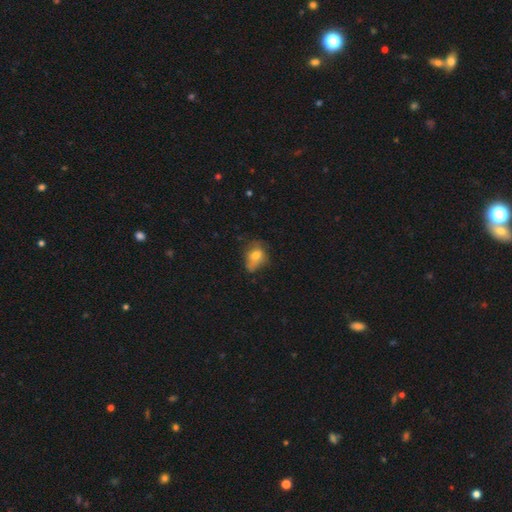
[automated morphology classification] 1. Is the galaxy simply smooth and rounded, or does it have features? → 63% smooth, 25% featured or disk, 11% star or artifact.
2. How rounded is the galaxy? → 64% in between, 34% round, 2% cigar-shaped.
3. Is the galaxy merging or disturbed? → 42% none, 35% minor disturbance, 20% major disturbance, 3% merger.